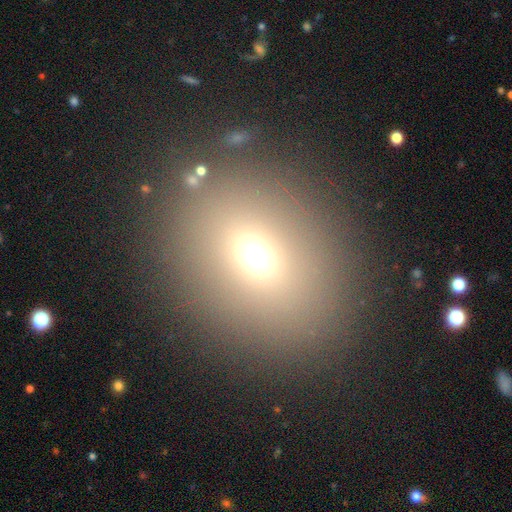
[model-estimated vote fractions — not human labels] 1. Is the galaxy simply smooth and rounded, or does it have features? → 67% smooth, 21% star or artifact, 13% featured or disk.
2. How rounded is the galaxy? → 52% round, 47% in between, 1% cigar-shaped.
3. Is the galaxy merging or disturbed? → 85% none, 8% minor disturbance, 5% major disturbance, 3% merger.